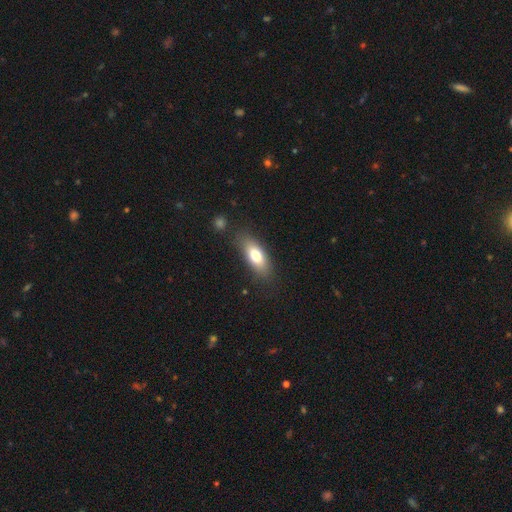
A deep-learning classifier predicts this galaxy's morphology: This appears to be a smooth galaxy with no disk features (74%) that is in between round and cigar-shaped (76%). Merging: none (79%).